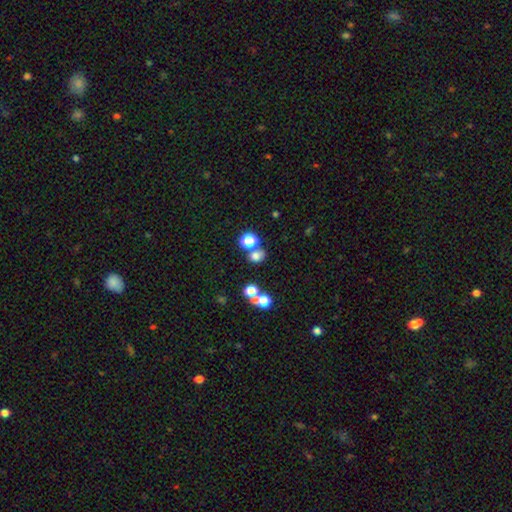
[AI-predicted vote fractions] The model was most divided on "how rounded": round: 57%, in between: 42%, cigar-shaped: 1%. More confident: smooth or featured — smooth (72%); merging — none (60%).